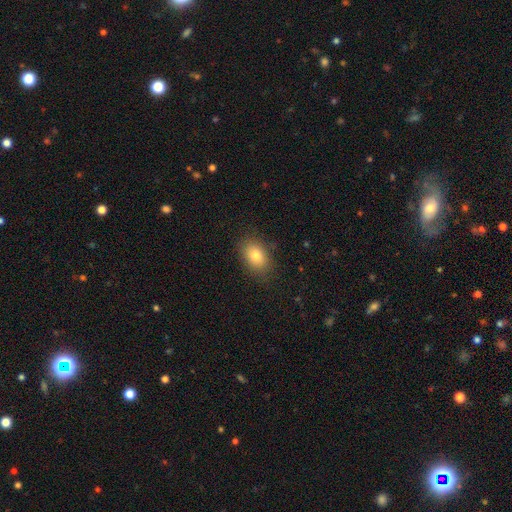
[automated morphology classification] This is likely a smooth galaxy (80%). How rounded: clearly in between (80%). Merging: clearly none (84%).